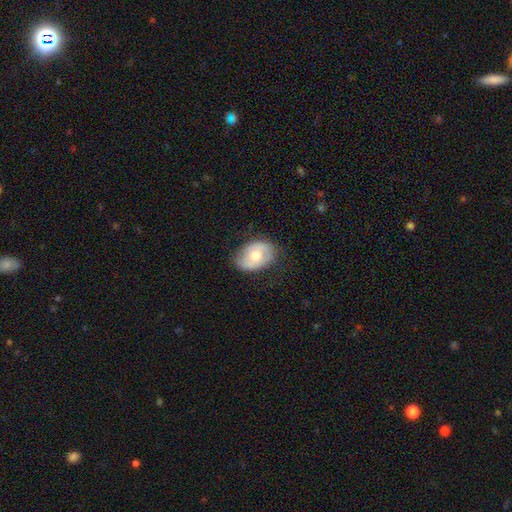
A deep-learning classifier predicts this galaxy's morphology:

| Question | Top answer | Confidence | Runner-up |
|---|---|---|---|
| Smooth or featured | smooth | 51% | featured or disk (42%) |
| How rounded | in between | 77% | round (22%) |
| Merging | none | 74% | minor disturbance (19%) |